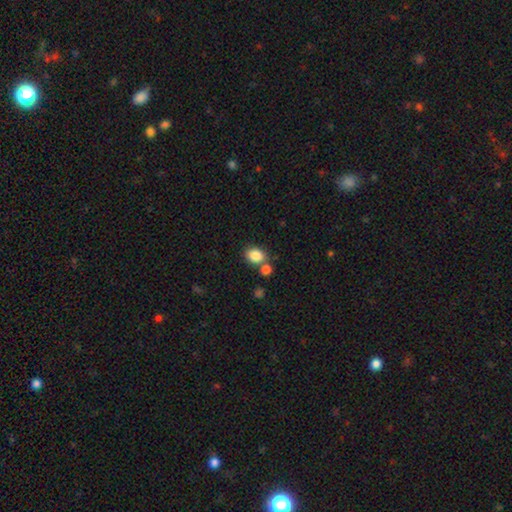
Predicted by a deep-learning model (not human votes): A smooth galaxy with no disk features (85%) that is in between round and cigar-shaped (62%). Merging: none (66%).